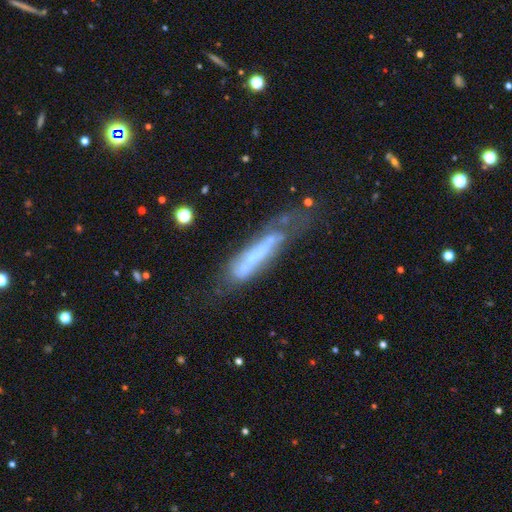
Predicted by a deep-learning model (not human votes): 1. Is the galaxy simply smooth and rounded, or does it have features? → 60% featured or disk, 30% smooth, 10% star or artifact.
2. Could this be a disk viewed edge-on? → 51% yes, 49% no.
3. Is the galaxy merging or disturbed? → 41% none, 25% minor disturbance, 25% major disturbance, 9% merger.